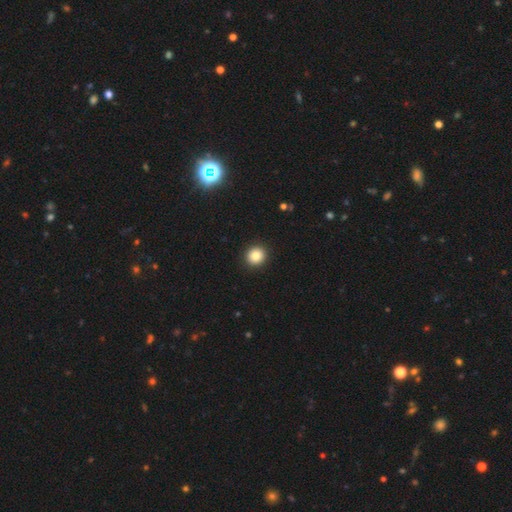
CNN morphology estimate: type=smooth (84%); roundness=round (90%); merging=none (93%).